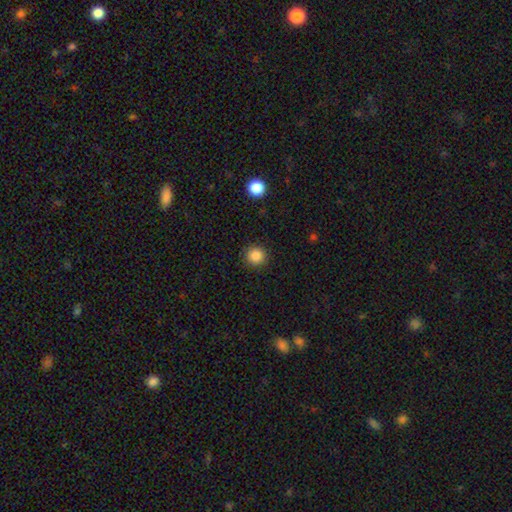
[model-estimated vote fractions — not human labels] Q: Smooth or featured?
A: smooth (86%); runner-up: star or artifact (10%)
Q: How rounded?
A: round (95%); runner-up: in between (4%)
Q: Merging?
A: none (91%); runner-up: minor disturbance (5%)